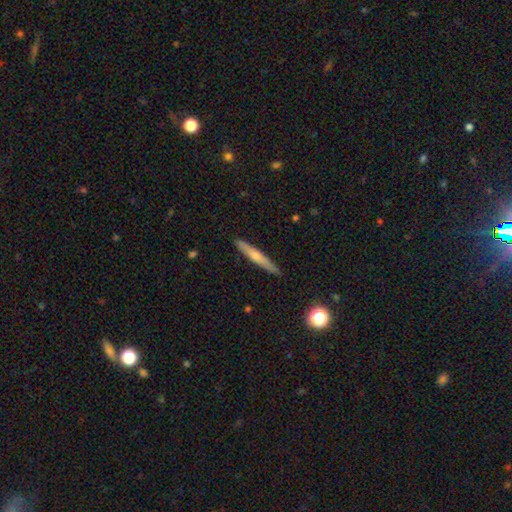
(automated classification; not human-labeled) This is possibly a smooth galaxy (49%). Merging: clearly none (88%).